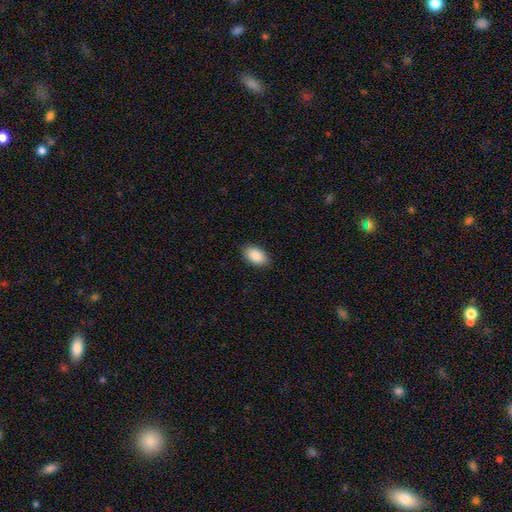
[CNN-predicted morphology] This is clearly a smooth galaxy (88%). How rounded: clearly in between (94%). Merging: clearly none (89%).